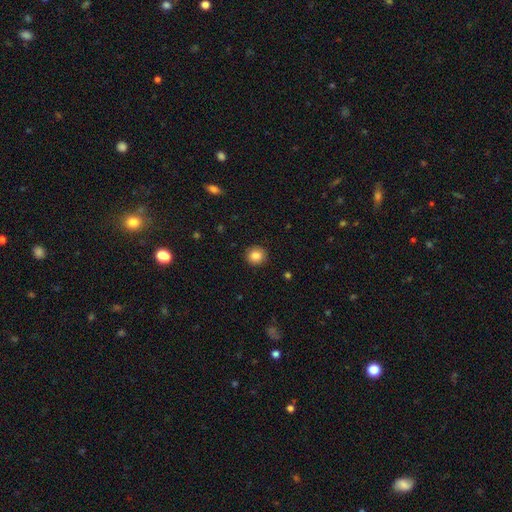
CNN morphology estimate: This is clearly a smooth galaxy (85%). How rounded: clearly round (92%). Merging: clearly none (92%).